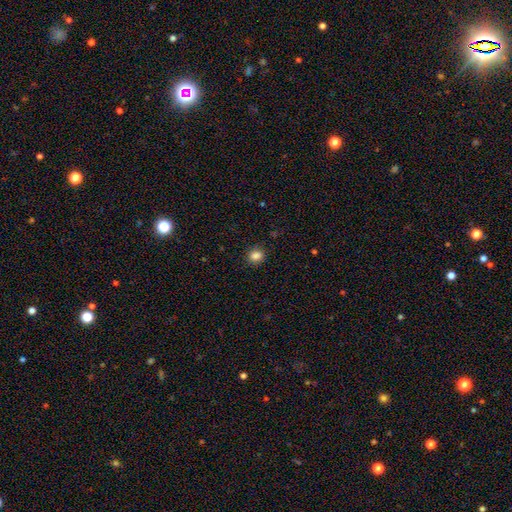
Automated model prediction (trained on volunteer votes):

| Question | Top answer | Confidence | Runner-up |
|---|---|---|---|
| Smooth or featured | smooth | 85% | star or artifact (11%) |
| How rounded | round | 59% | in between (40%) |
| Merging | none | 86% | minor disturbance (10%) |